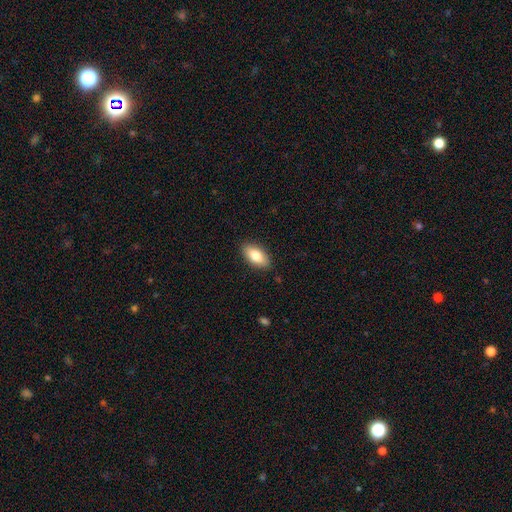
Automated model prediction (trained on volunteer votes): Smooth or featured? smooth (82%)
How rounded? in between (90%)
Merging? none (88%)